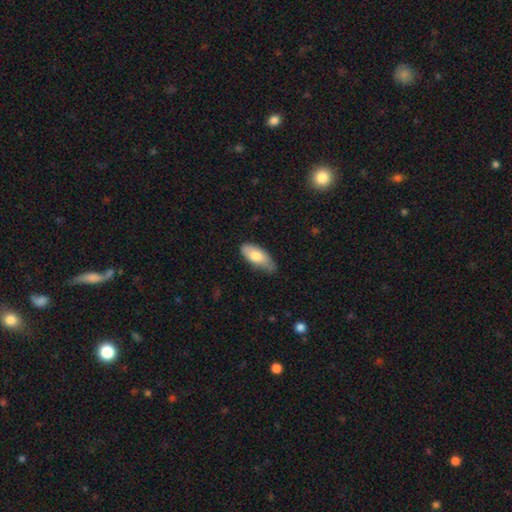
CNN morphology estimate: type=smooth (75%); roundness=in between (84%); merging=none (55%).